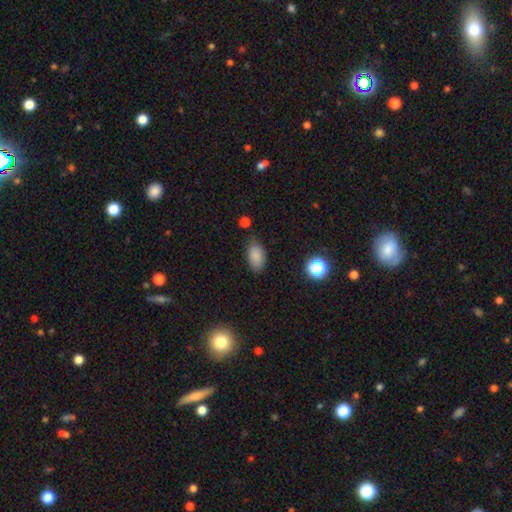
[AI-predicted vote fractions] A smooth galaxy with no disk features (84%) that is in between round and cigar-shaped (91%).

Vote fractions:
- Smooth or featured? smooth: 84% / star or artifact: 10% / featured or disk: 6%
- How rounded? in between: 91% / round: 7% / cigar-shaped: 2%
- Merging? none: 72% / minor disturbance: 21% / major disturbance: 5% / merger: 3%